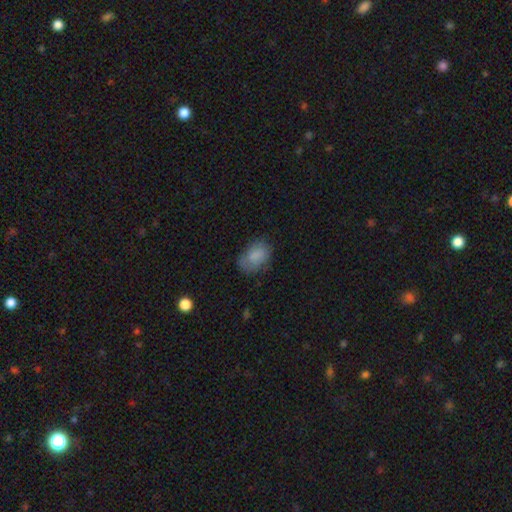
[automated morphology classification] The model was most divided on "merging": none: 66%, minor disturbance: 24%, major disturbance: 8%, merger: 2%. More confident: how rounded — in between (82%); smooth or featured — smooth (77%).